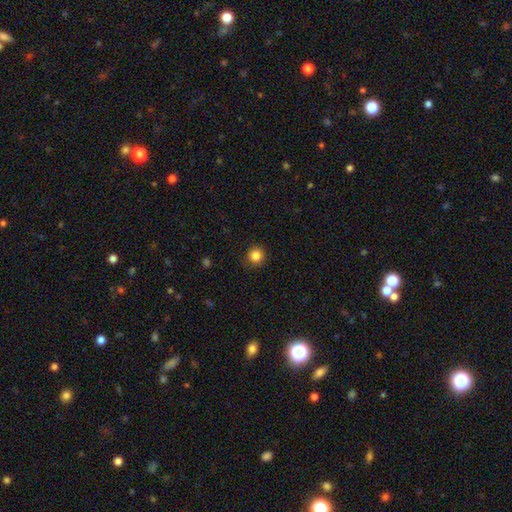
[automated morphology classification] smooth 84%, star or artifact 11%, featured or disk 5%. Down the decision tree: how rounded — round (91%); merging — none (88%).